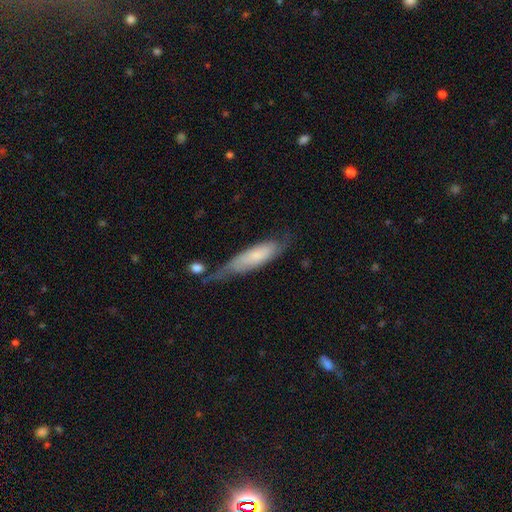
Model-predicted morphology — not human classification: Smooth or featured? Predicted: smooth (p=0.60). How rounded? Predicted: cigar-shaped (p=0.61). Merging? Predicted: none (p=0.39).